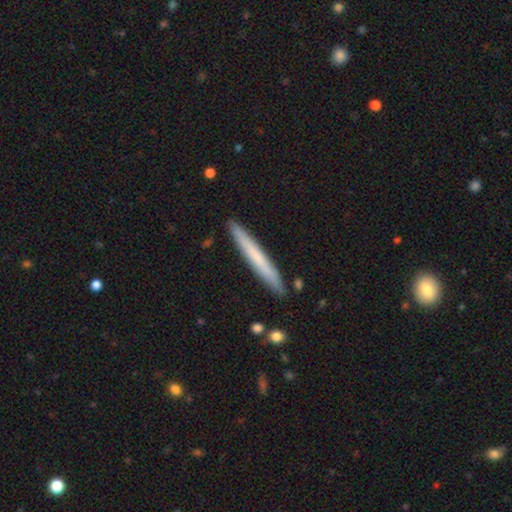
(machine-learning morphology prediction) Smooth or featured: smooth — 64% (featured or disk — 31%)
How rounded: cigar-shaped — 97% (in between — 2%)
Merging: none — 90% (minor disturbance — 7%)